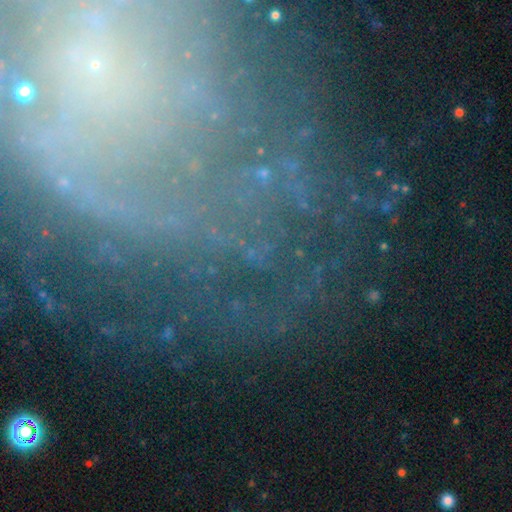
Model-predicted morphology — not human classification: Overall: featured or disk (44%; star or artifact 41%). Merging: none (67%).